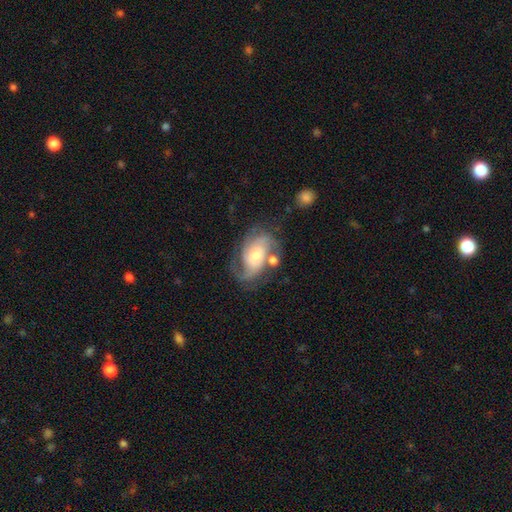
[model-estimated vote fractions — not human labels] Smooth or featured: featured or disk — 77% (smooth — 17%)
Edge-on disk: no — 97% (yes — 3%)
Bar: no — 65% (weak — 28%)
Spiral arms: yes — 93% (no — 7%)
Spiral winding: medium — 45% (tight — 29%)
Spiral arm count: 2 — 56% (can't tell — 16%)
Bulge size: moderate — 45% (small — 36%)
Merging: none — 50% (minor disturbance — 21%)